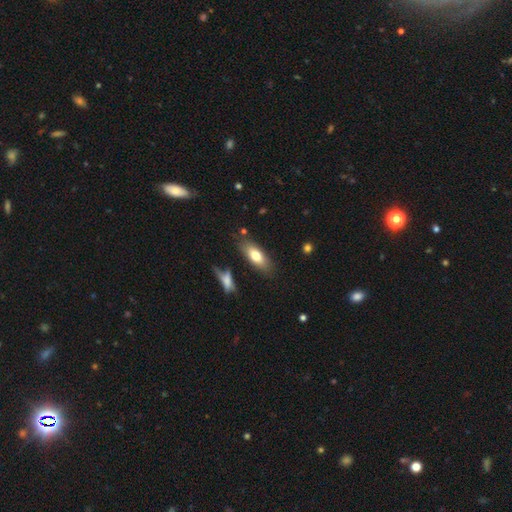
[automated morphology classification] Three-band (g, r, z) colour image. It shows a smooth galaxy with no disk features (73%) that is in between round and cigar-shaped (74%). Merging: none (79%).